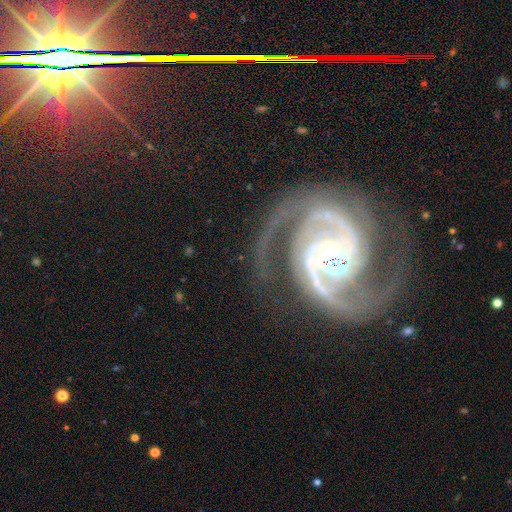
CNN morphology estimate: featured or disk 92%, star or artifact 5%, smooth 3%. Down the decision tree: edge-on disk — no (98%); bar — no (37%); spiral arms — yes (99%); spiral arm count — 2 (69%); spiral winding — tight (48%); bulge size — moderate (57%); merging — none (69%).